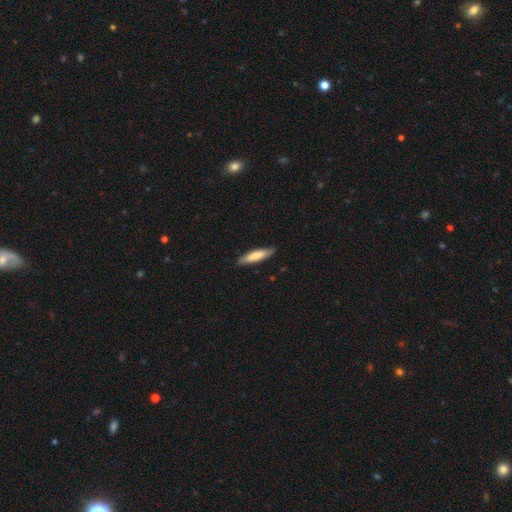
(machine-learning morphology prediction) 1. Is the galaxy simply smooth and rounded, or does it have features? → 76% smooth, 19% featured or disk, 5% star or artifact.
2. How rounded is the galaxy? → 72% cigar-shaped, 27% in between, 1% round.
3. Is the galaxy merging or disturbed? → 84% none, 13% minor disturbance, 2% major disturbance, 1% merger.